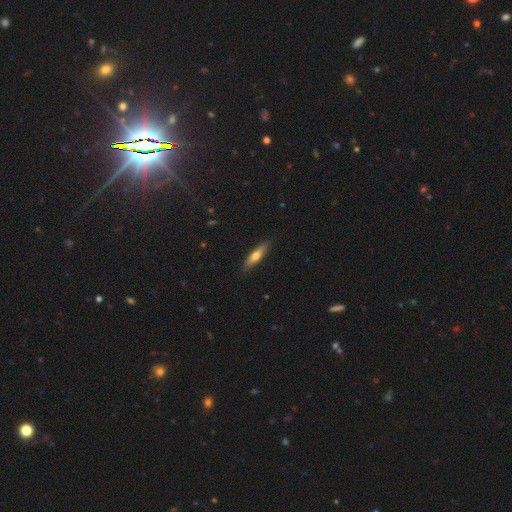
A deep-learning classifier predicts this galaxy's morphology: Overall: smooth (61%; featured or disk 33%). How rounded: cigar-shaped (76%). Merging: none (88%).